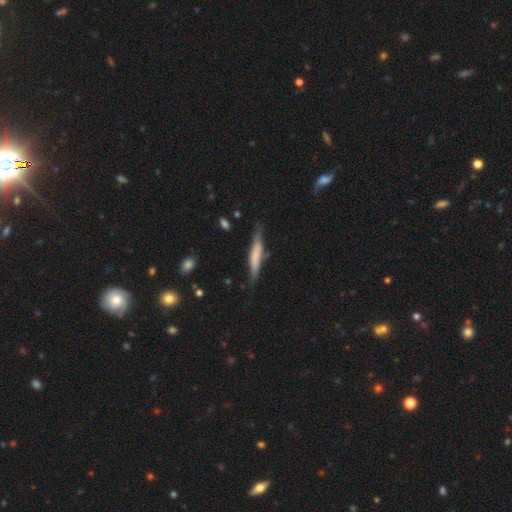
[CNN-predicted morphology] Smooth or featured? Predicted: smooth (p=0.56). How rounded? Predicted: cigar-shaped (p=0.89). Merging? Predicted: none (p=0.70).